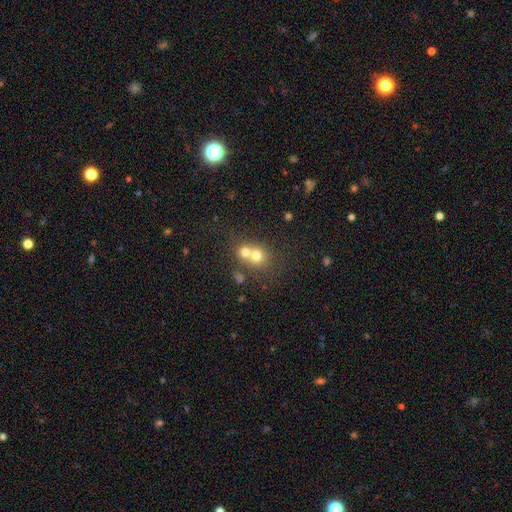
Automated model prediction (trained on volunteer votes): This is likely a smooth galaxy (69%). How rounded: likely round (79%). Merging: likely merger (61%).